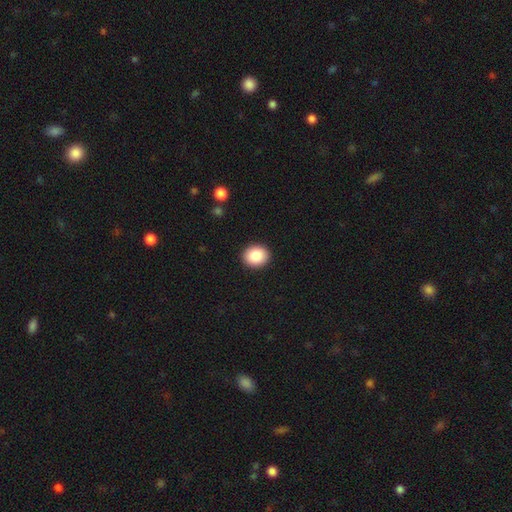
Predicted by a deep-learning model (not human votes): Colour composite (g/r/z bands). It shows a smooth galaxy with no disk features (86%) that is round (72%). Merging: none (92%).